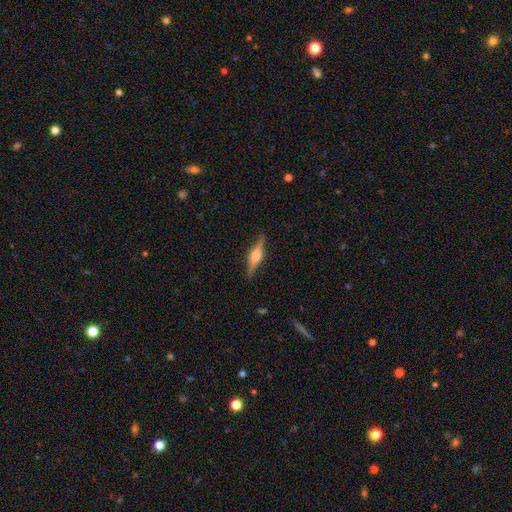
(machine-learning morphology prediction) Smooth or featured? Predicted: featured or disk (p=0.74). Edge-on disk? Predicted: yes (p=0.97). Edge-on bulge? Predicted: rounded (p=0.87). Merging? Predicted: none (p=0.87).